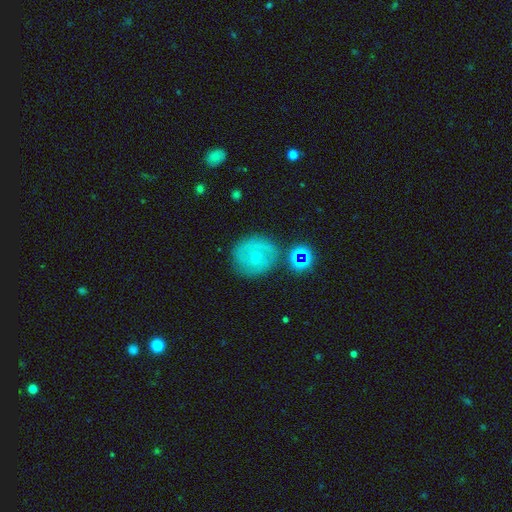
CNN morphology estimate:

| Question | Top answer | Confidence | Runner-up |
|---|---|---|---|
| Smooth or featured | featured or disk | 54% | smooth (33%) |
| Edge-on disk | no | 97% | yes (3%) |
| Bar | no | 64% | weak (31%) |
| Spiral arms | yes | 85% | no (15%) |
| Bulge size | small | 73% | moderate (19%) |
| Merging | none | 69% | minor disturbance (17%) |